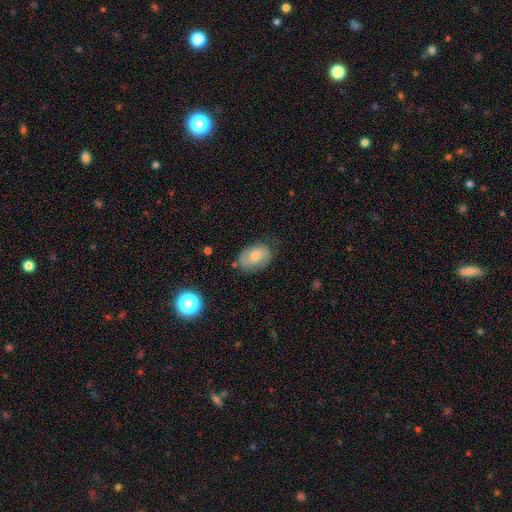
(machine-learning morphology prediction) A smooth galaxy with no disk features (69%) that is in between round and cigar-shaped (82%). Merging: none (69%).